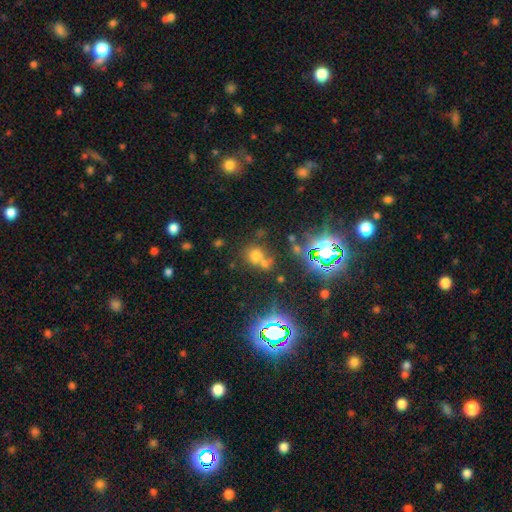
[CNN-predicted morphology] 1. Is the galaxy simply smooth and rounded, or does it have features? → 55% smooth, 33% star or artifact, 12% featured or disk.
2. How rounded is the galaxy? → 76% round, 22% in between, 1% cigar-shaped.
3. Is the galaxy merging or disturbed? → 46% none, 40% merger, 9% minor disturbance, 5% major disturbance.